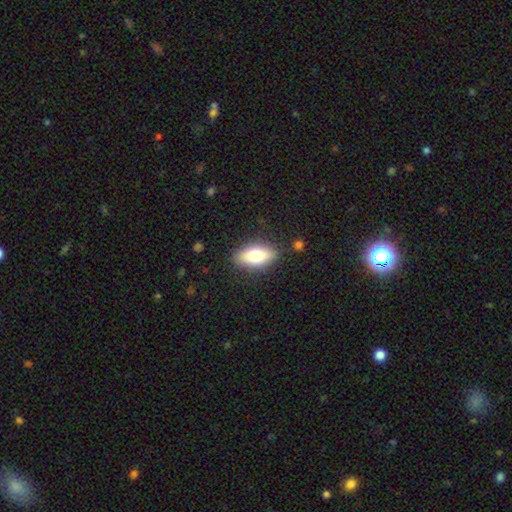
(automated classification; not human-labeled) Smooth or featured? Predicted: smooth (p=0.74). How rounded? Predicted: in between (p=0.86). Merging? Predicted: none (p=0.84).